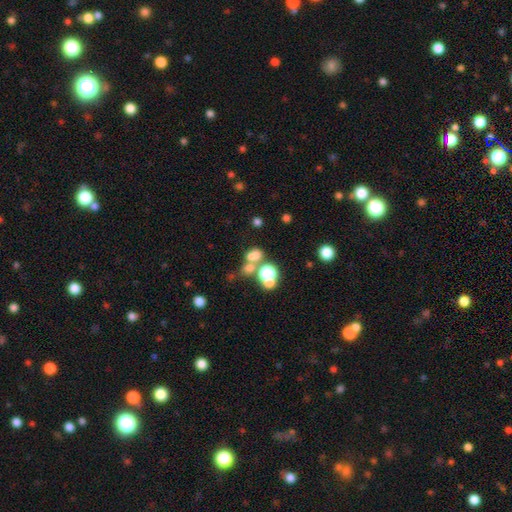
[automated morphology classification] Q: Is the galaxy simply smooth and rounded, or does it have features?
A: smooth — 60%.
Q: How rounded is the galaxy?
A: round — 61%.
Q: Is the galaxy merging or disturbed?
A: merger — 43%.